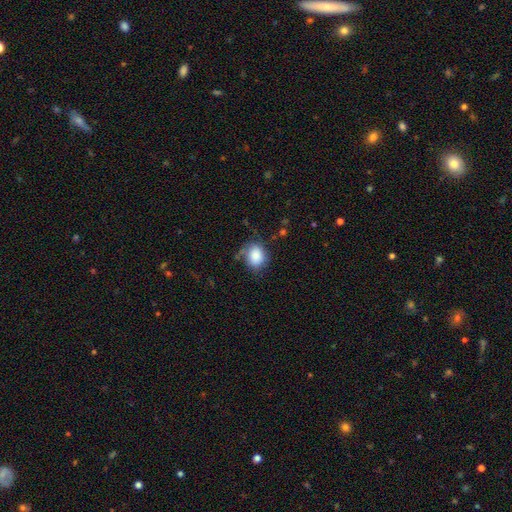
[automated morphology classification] This is clearly a smooth galaxy (84%). How rounded: possibly round (53%). Merging: likely none (63%).